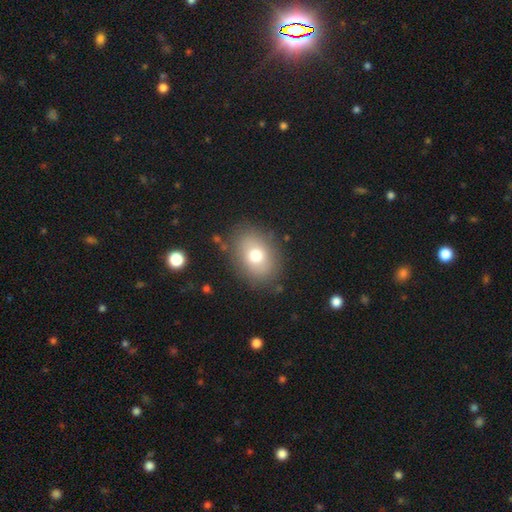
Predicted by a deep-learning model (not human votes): This appears to be a smooth galaxy with no disk features (74%) that is in between round and cigar-shaped (67%). Merging: none (83%).